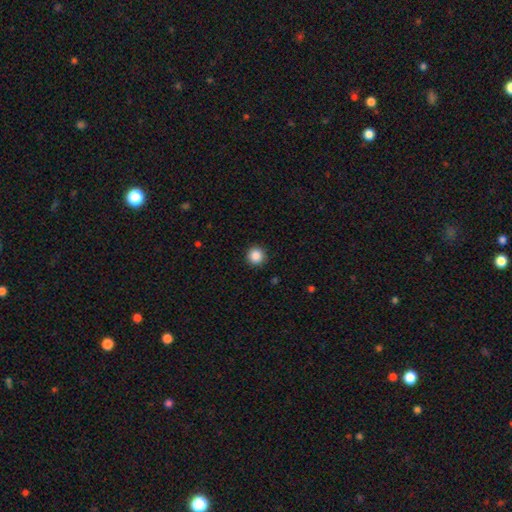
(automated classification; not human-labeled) Morphology: type=smooth (87%); roundness=round (96%); merging=none (92%).